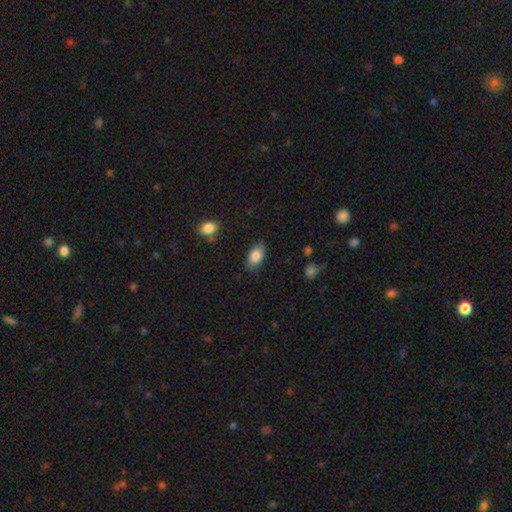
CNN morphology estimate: type=smooth (86%); roundness=in between (91%); merging=none (82%).